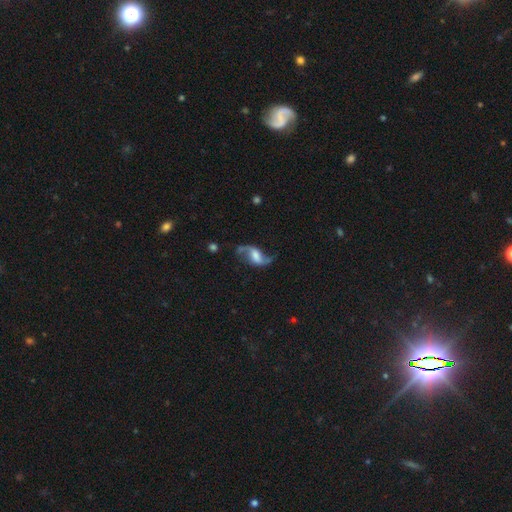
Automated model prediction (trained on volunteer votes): smooth_or_featured: featured or disk (p=0.85) [alt: smooth p=0.09]
disk_edge_on: no (p=0.96) [alt: yes p=0.04]
bar: weak (p=0.45) [alt: no p=0.29]
has_spiral_arms: yes (p=0.96) [alt: no p=0.04]
spiral_winding: loose (p=0.82) [alt: medium p=0.15]
spiral_arm_count: 2 (p=0.93) [alt: 1 p=0.03]
bulge_size: moderate (p=0.33) [alt: small p=0.22]
merging: none (p=0.69) [alt: minor disturbance p=0.17]